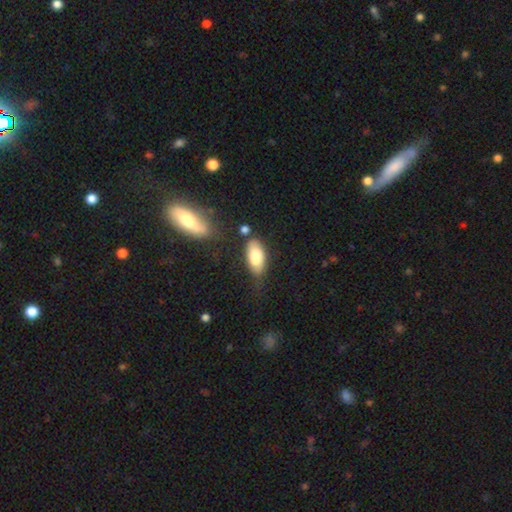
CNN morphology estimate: Smooth or featured: smooth — 74% (featured or disk — 20%)
How rounded: in between — 88% (cigar-shaped — 10%)
Merging: none — 57% (minor disturbance — 22%)